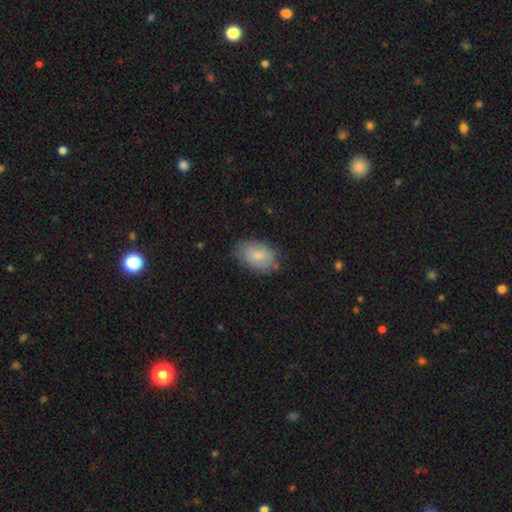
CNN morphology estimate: smooth 79%, featured or disk 14%, star or artifact 7%. Down the decision tree: how rounded — in between (87%); merging — none (74%).